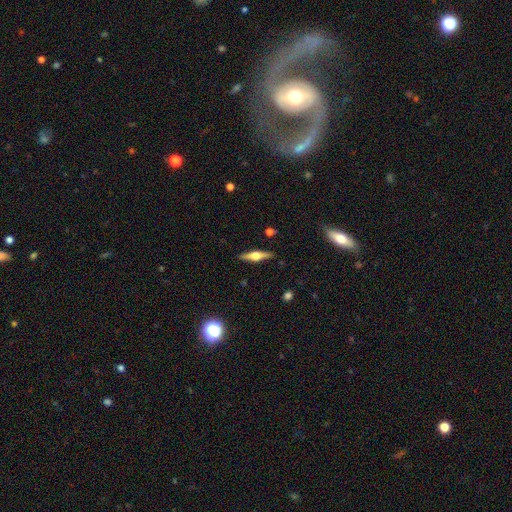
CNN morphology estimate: type=featured or disk (68%); edge-on=yes (97%); edge-on bulge=rounded (93%); merging=none (89%).